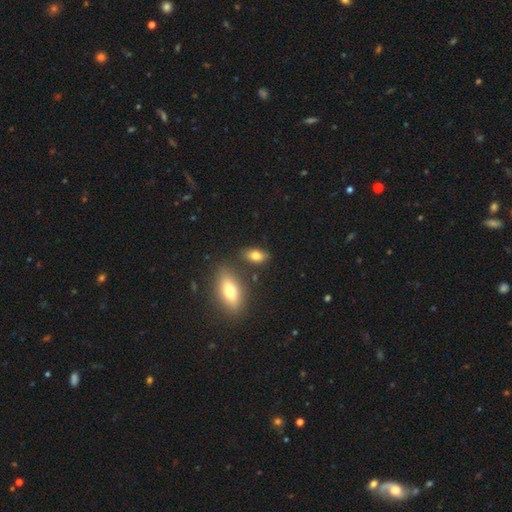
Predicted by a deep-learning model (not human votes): Q: Smooth or featured?
A: smooth (79%); runner-up: featured or disk (13%)
Q: How rounded?
A: in between (87%); runner-up: round (7%)
Q: Merging?
A: none (75%); runner-up: minor disturbance (14%)